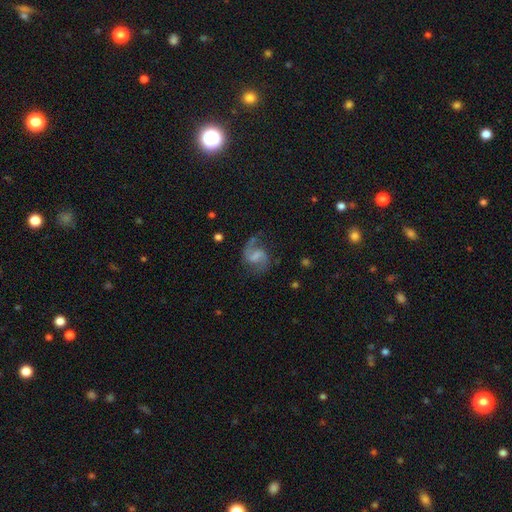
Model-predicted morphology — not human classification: smooth-or-featured: featured or disk: 83% | smooth: 10% | star or artifact: 6%
  disk-edge-on: no: 98% | yes: 2%
    bar: weak: 53% | strong: 25% | no: 22%
    has-spiral-arms: yes: 95% | no: 5%
      spiral-winding: loose: 49% | medium: 43% | tight: 8%
      spiral-arm-count: 2: 86% | 1: 9% | can't tell: 3% | 3: 1% | 4: 1% | more than 4: 1%
    bulge-size: none: 51% | small: 25% | moderate: 17% | large: 5% | dominant: 1%
  merging: none: 67% | minor disturbance: 18% | major disturbance: 13% | merger: 2%